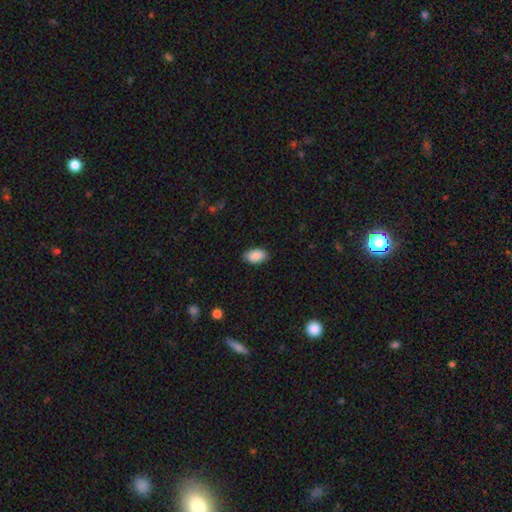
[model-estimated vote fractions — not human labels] Smooth or featured: smooth — 89% (star or artifact — 7%)
How rounded: in between — 94% (round — 4%)
Merging: none — 85% (minor disturbance — 11%)